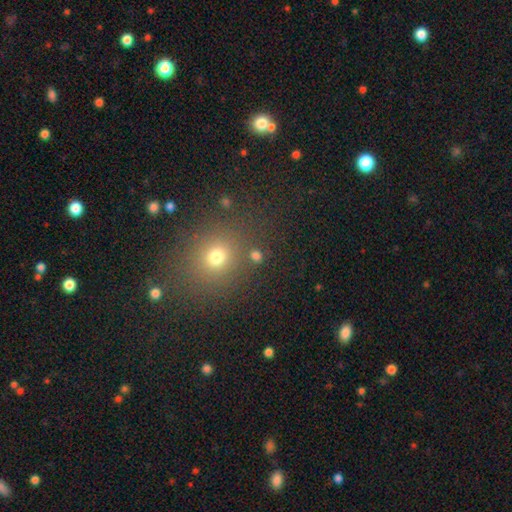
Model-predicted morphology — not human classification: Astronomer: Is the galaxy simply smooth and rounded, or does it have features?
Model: smooth — 74%.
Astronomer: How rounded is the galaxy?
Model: round — 85%.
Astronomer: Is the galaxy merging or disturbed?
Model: none — 79%.